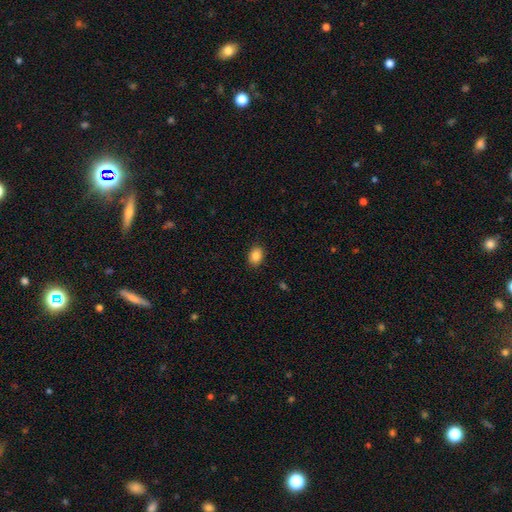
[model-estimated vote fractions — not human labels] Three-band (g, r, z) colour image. It shows a smooth galaxy with no disk features (87%) that is in between round and cigar-shaped (71%). Merging: none (89%).